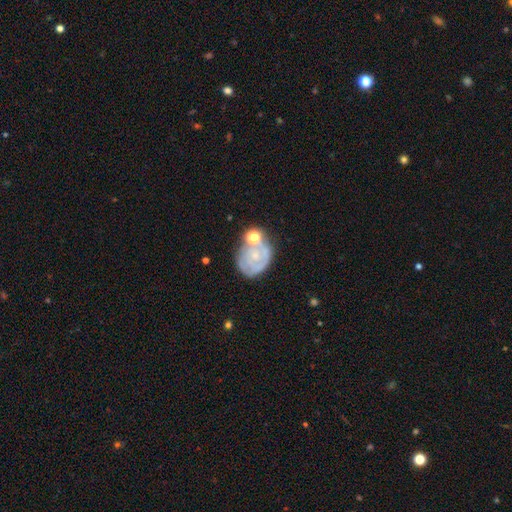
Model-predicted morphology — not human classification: This is likely a featured or disk galaxy (63%). It is clearly not viewed edge-on (97%). Bar: clearly no (84%). Spiral arm pattern: likely yes (65%). Central bulge: likely small (67%). Merging: possibly none (51%).